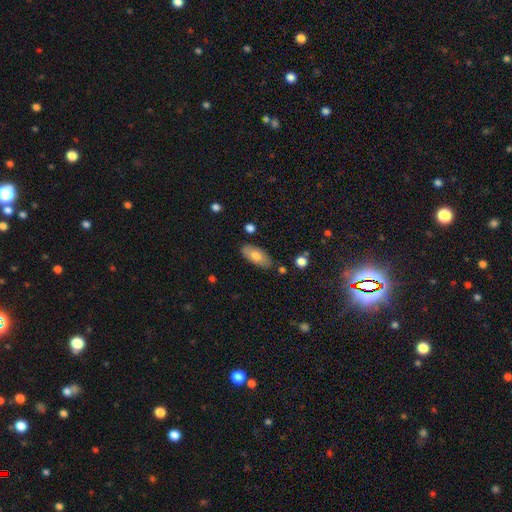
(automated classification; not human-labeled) A smooth galaxy with no disk features (72%) that is in between round and cigar-shaped (88%).

Vote fractions:
- Smooth or featured? smooth: 72% / featured or disk: 21% / star or artifact: 6%
- How rounded? in between: 88% / cigar-shaped: 9% / round: 3%
- Merging? none: 81% / minor disturbance: 14% / merger: 3% / major disturbance: 3%